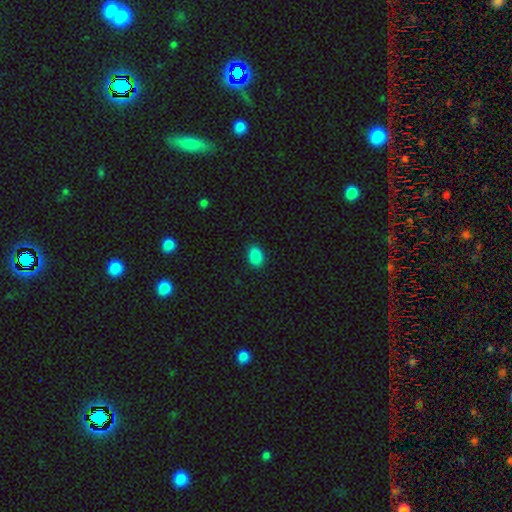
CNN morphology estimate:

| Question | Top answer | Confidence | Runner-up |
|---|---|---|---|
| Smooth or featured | smooth | 88% | star or artifact (9%) |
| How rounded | in between | 82% | round (17%) |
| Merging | none | 89% | minor disturbance (8%) |